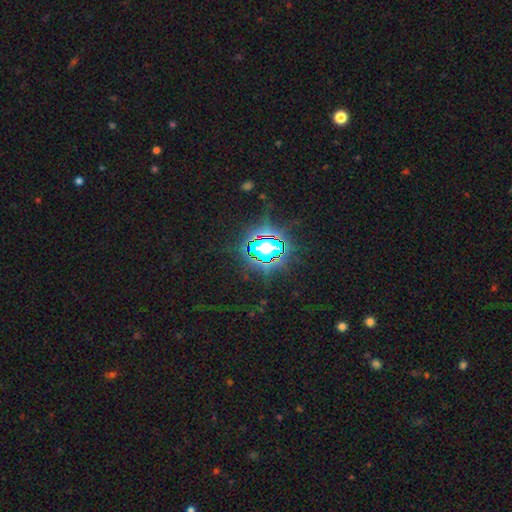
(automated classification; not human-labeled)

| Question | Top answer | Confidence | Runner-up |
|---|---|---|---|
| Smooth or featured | star or artifact | 82% | smooth (10%) |